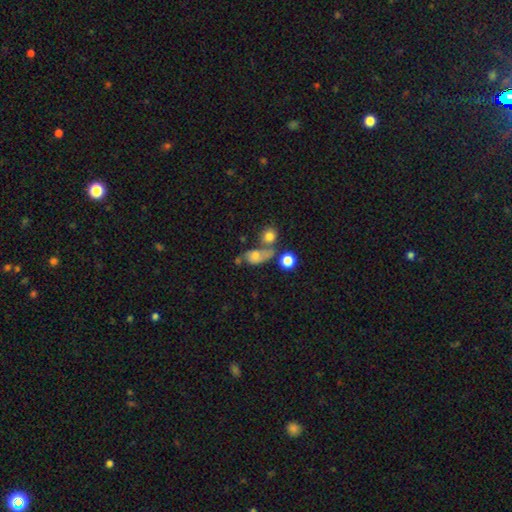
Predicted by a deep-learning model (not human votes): Morphology: type=smooth (55%); roundness=in between (66%); merging=merger (35%).